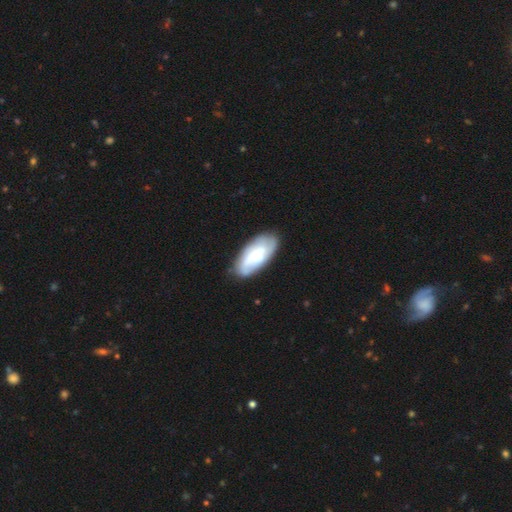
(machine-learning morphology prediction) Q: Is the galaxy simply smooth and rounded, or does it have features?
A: smooth — 47%, tied with featured or disk.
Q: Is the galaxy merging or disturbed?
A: none — 76%.